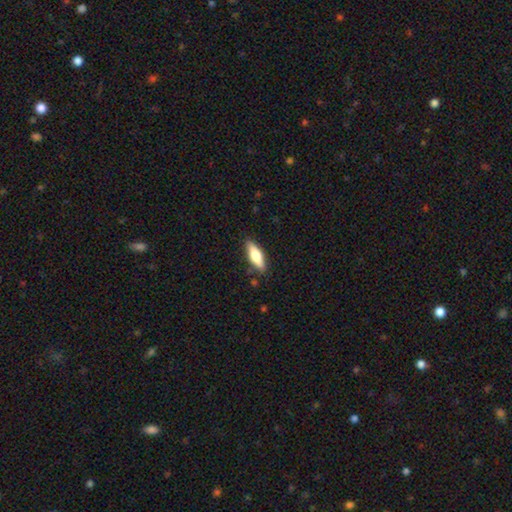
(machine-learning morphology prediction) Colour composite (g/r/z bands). It shows a smooth galaxy with no disk features (67%) that is in between round and cigar-shaped (58%). Merging: none (85%).